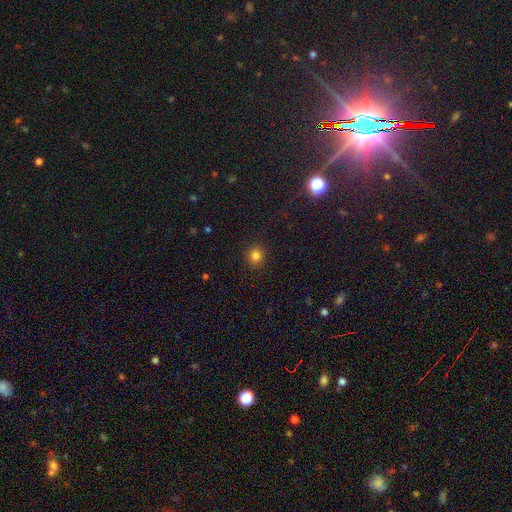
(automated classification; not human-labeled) A smooth galaxy with no disk features (81%) that is round (86%). Merging: none (91%).